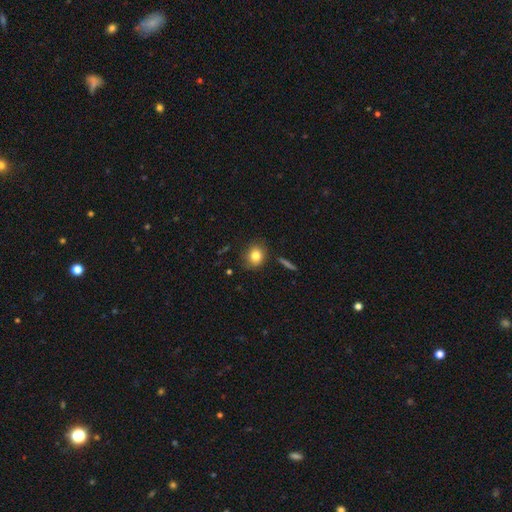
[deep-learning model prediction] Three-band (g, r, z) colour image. It shows a smooth galaxy with no disk features (81%) that is round (68%). Merging: none (80%).